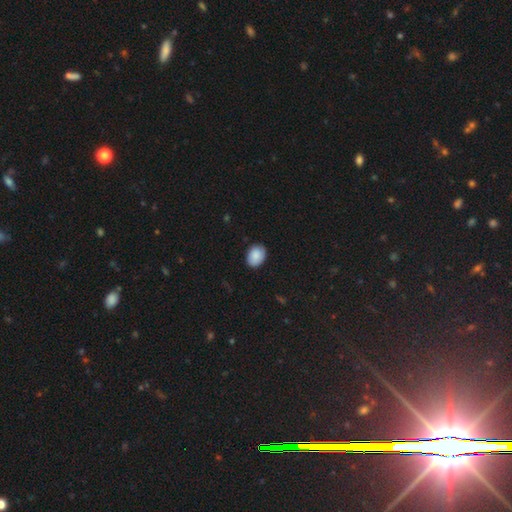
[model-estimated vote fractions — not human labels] smooth 87%, star or artifact 7%, featured or disk 6%. Down the decision tree: how rounded — in between (71%); merging — none (84%).